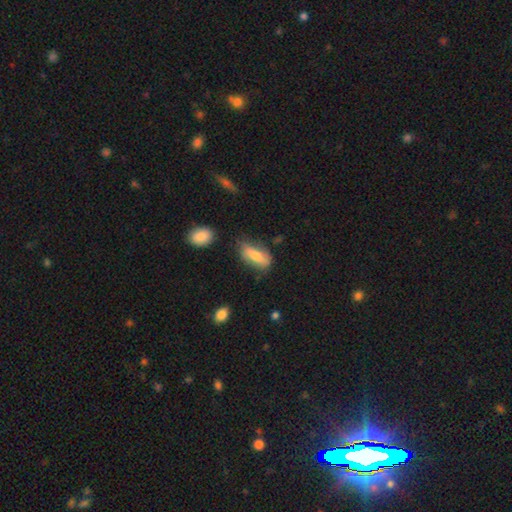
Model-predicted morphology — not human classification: smooth-or-featured: smooth: 65% | featured or disk: 27% | star or artifact: 8%
  how-rounded: in between: 78% | cigar-shaped: 19% | round: 4%
  merging: none: 54% | minor disturbance: 31% | major disturbance: 11% | merger: 4%